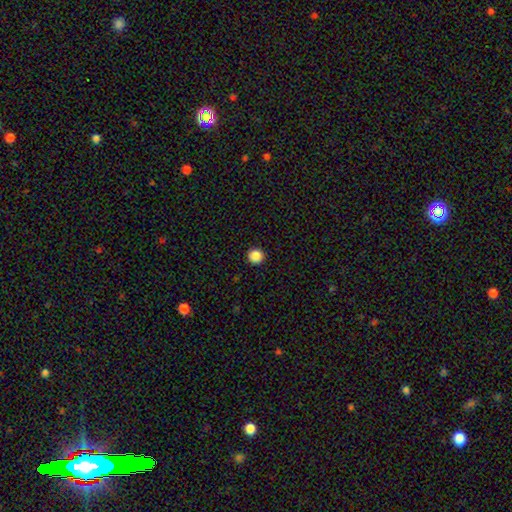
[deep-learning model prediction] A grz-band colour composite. It shows a smooth galaxy with no disk features (87%) that is round (96%). Merging: none (93%).